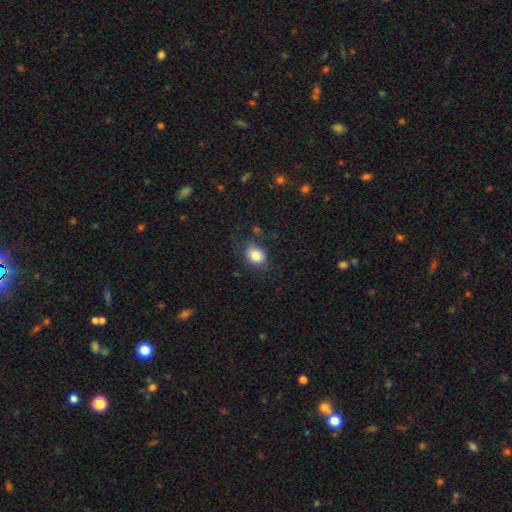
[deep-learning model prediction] Smooth or featured?
  - smooth: 83% *
  - star or artifact: 9%
  - featured or disk: 7%
How rounded?
  - in between: 52% *
  - round: 47%
  - cigar-shaped: 1%
Merging?
  - none: 73% *
  - minor disturbance: 18%
  - major disturbance: 7%
  - merger: 3%